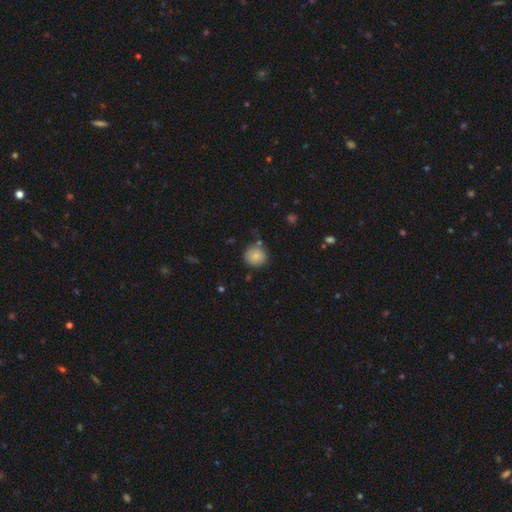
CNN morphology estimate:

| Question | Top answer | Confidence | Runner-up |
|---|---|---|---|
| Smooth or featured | smooth | 83% | star or artifact (9%) |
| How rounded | round | 92% | in between (7%) |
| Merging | none | 80% | minor disturbance (12%) |